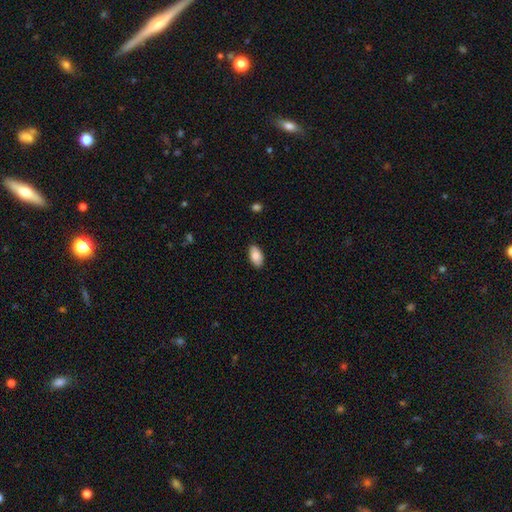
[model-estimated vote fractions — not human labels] Morphology: type=smooth (87%); roundness=in between (94%); merging=none (87%).